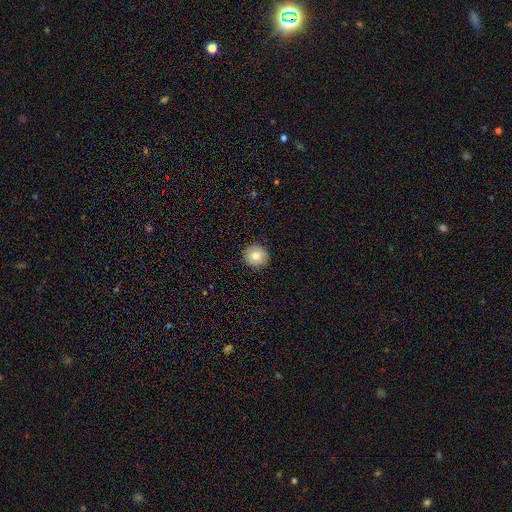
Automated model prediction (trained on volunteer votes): Smooth or featured? Predicted: smooth (p=0.81). How rounded? Predicted: round (p=0.94). Merging? Predicted: none (p=0.92).